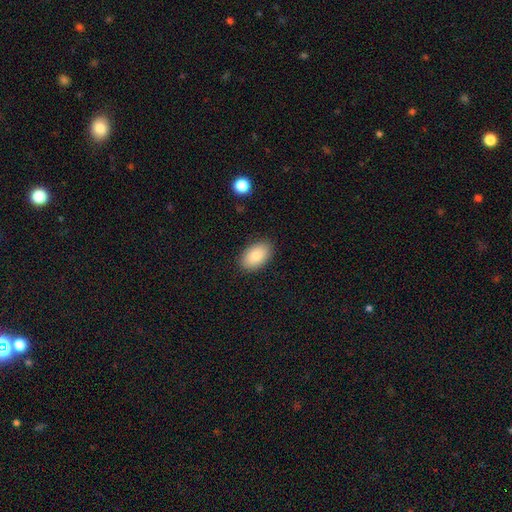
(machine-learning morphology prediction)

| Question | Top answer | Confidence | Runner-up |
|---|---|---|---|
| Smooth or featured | smooth | 84% | featured or disk (8%) |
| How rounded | in between | 93% | round (6%) |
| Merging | none | 88% | minor disturbance (9%) |